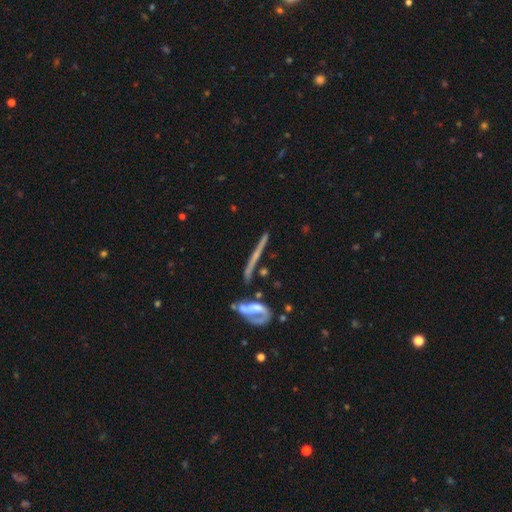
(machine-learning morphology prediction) A featured or disk galaxy (71%) viewed edge-on (87%) with no central bulge (55%).

Vote fractions:
- Smooth or featured? featured or disk: 71% / smooth: 20% / star or artifact: 9%
- Edge-on disk? yes: 87% / no: 13%
- Edge-on bulge? none: 55% / rounded: 36% / boxy: 9%
- Merging? none: 64% / minor disturbance: 15% / merger: 14% / major disturbance: 8%